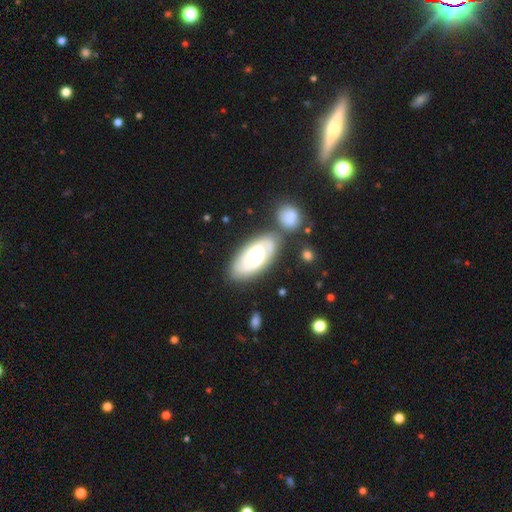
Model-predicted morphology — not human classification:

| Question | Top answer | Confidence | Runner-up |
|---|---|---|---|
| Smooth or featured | featured or disk | 68% | smooth (27%) |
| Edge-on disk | no | 92% | yes (8%) |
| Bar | no | 46% | weak (39%) |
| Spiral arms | yes | 82% | no (18%) |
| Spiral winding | tight | 49% | medium (38%) |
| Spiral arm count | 2 | 68% | can't tell (20%) |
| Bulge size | moderate | 47% | large (40%) |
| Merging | none | 68% | minor disturbance (14%) |